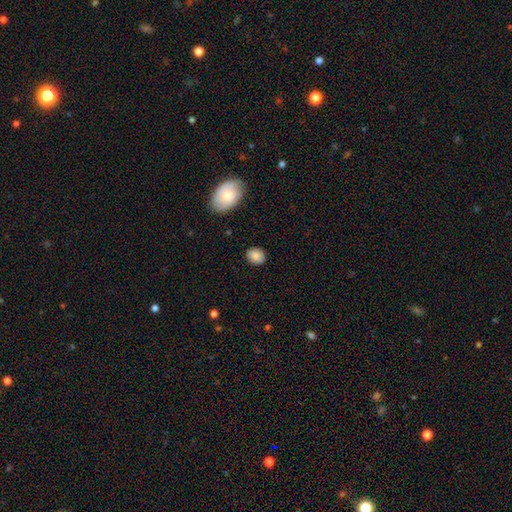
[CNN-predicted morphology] This is clearly a smooth galaxy (86%). How rounded: likely round (61%). Merging: clearly none (86%).